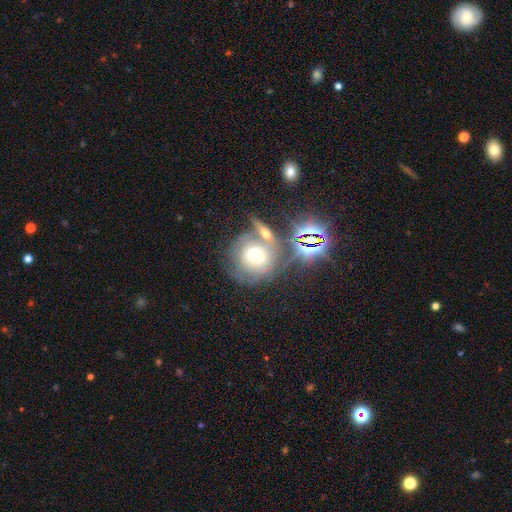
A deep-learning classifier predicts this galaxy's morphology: Smooth or featured? smooth (45%)
Merging? none (46%)